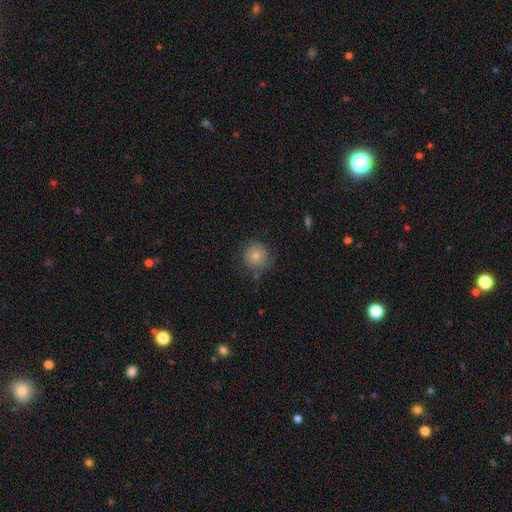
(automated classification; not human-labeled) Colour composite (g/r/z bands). It shows a smooth galaxy with no disk features (52%) that is round (91%). Merging: none (75%).